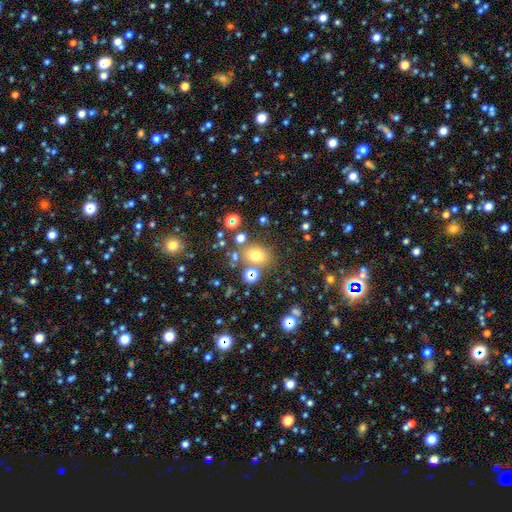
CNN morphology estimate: smooth-or-featured: smooth: 66% | star or artifact: 23% | featured or disk: 10%
  how-rounded: round: 57% | in between: 42% | cigar-shaped: 1%
  merging: none: 72% | minor disturbance: 12% | merger: 11% | major disturbance: 5%